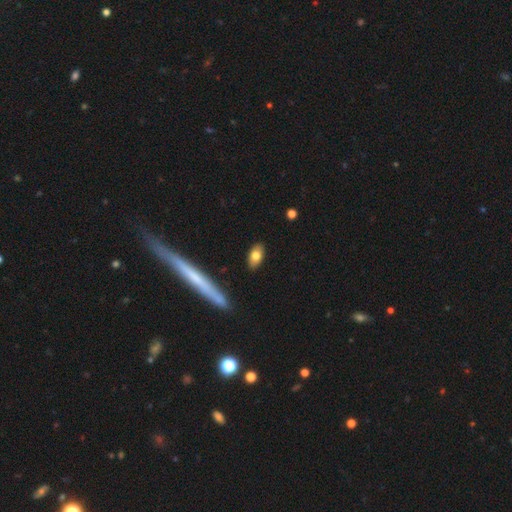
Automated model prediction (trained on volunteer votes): This is likely a smooth galaxy (76%). How rounded: clearly in between (86%). Merging: clearly none (87%).